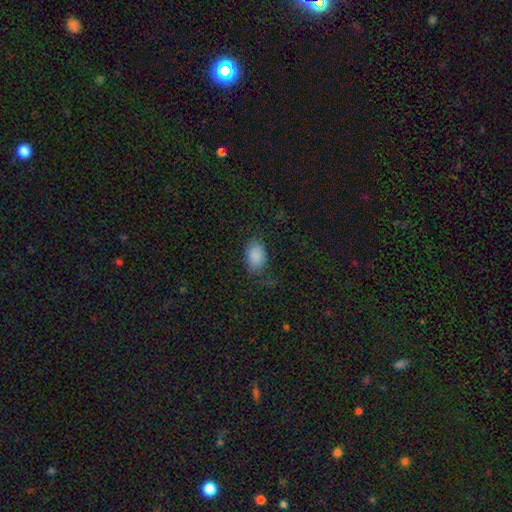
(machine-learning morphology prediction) Smooth or featured?
  - smooth: 85% *
  - star or artifact: 9%
  - featured or disk: 6%
How rounded?
  - in between: 84% *
  - round: 14%
  - cigar-shaped: 1%
Merging?
  - none: 69% *
  - minor disturbance: 20%
  - major disturbance: 9%
  - merger: 1%